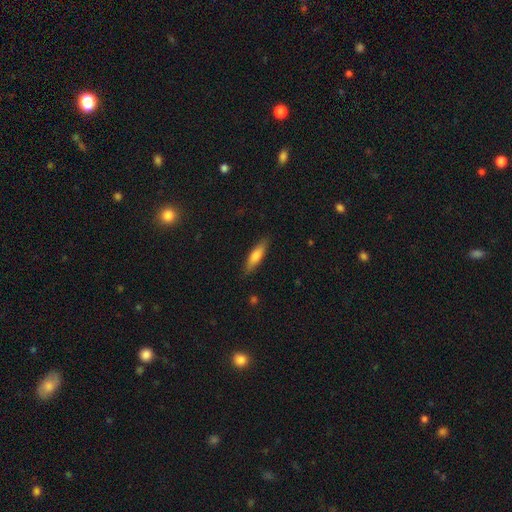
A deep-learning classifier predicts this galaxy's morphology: Q: Smooth or featured?
A: smooth (73%); runner-up: featured or disk (22%)
Q: How rounded?
A: cigar-shaped (67%); runner-up: in between (31%)
Q: Merging?
A: none (86%); runner-up: minor disturbance (10%)